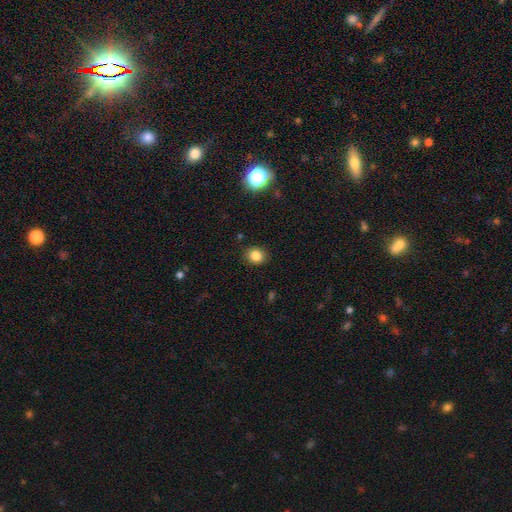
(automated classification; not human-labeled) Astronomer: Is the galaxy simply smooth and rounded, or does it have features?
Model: smooth — 84%.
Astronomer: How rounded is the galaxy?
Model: round — 70%.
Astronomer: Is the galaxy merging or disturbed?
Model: none — 88%.